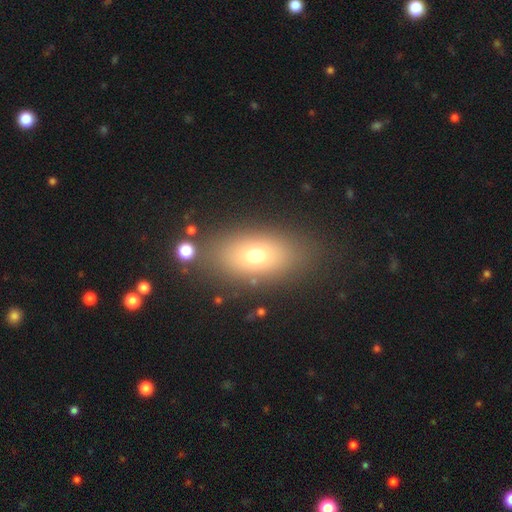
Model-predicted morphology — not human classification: Overall: smooth (68%). How rounded: in between (81%). Merging: none (82%).